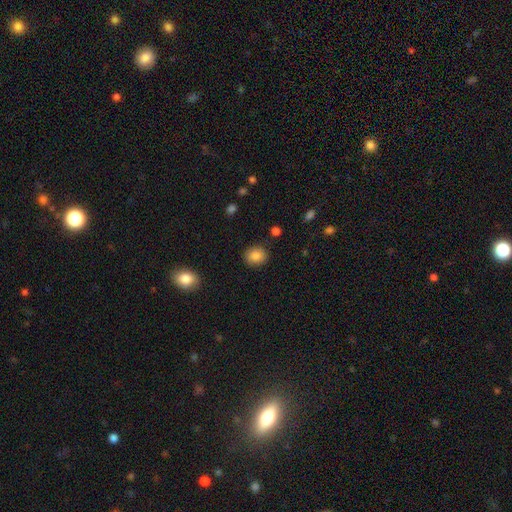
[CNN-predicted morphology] This appears to be a smooth galaxy with no disk features (86%) that is round (64%). Merging: none (88%).